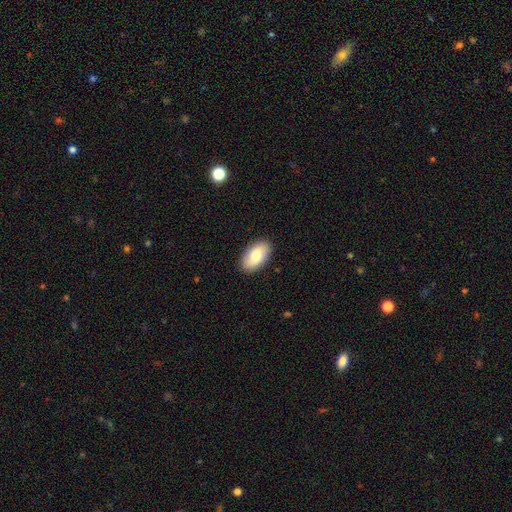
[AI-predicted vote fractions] Q: Smooth or featured?
A: smooth (77%); runner-up: featured or disk (17%)
Q: How rounded?
A: in between (95%); runner-up: round (4%)
Q: Merging?
A: none (89%); runner-up: minor disturbance (8%)